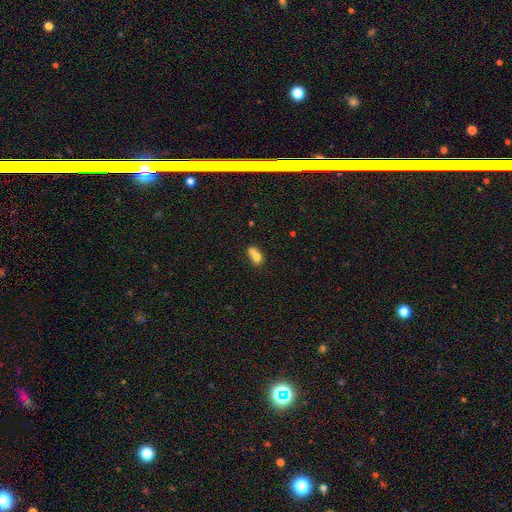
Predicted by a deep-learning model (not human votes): The model was most divided on "how rounded": round: 57%, in between: 42%, cigar-shaped: 1%. More confident: smooth or featured — smooth (72%); merging — merger (67%).